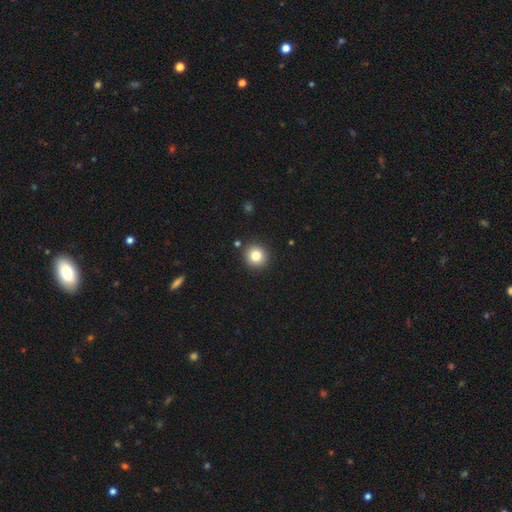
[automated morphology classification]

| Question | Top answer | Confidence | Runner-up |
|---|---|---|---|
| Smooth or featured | smooth | 82% | star or artifact (11%) |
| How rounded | round | 93% | in between (6%) |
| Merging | none | 90% | minor disturbance (6%) |